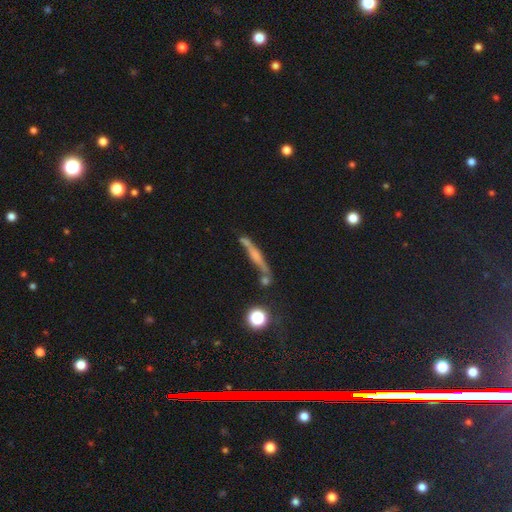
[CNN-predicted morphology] Smooth or featured?
  - featured or disk: 55% *
  - smooth: 34%
  - star or artifact: 11%
Edge-on disk?
  - yes: 92% *
  - no: 8%
Edge-on bulge?
  - rounded: 52% *
  - none: 24%
  - boxy: 24%
Merging?
  - none: 67% *
  - minor disturbance: 15%
  - merger: 13%
  - major disturbance: 6%